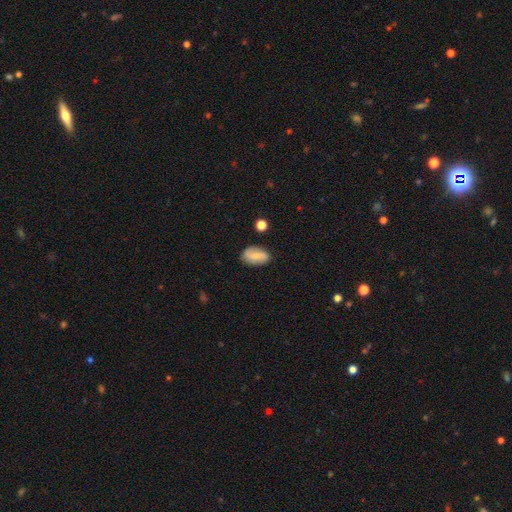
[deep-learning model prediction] smooth-or-featured: smooth: 61% | featured or disk: 30% | star or artifact: 8%
  how-rounded: in between: 89% | round: 8% | cigar-shaped: 3%
  merging: none: 77% | minor disturbance: 16% | major disturbance: 3% | merger: 3%